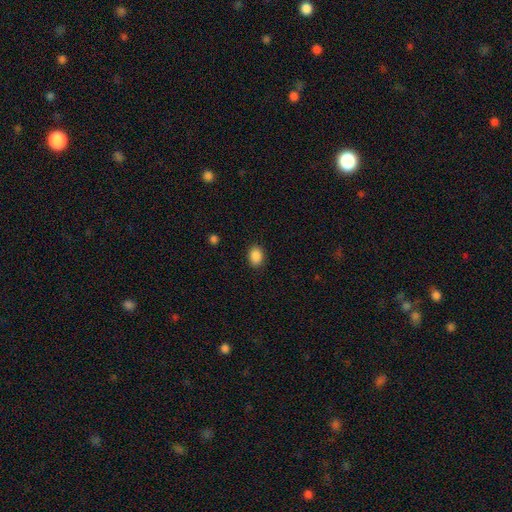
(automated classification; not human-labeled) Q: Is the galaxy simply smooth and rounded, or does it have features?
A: smooth — 89%.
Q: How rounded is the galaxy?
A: in between — 73%.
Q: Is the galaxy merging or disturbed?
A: none — 88%.